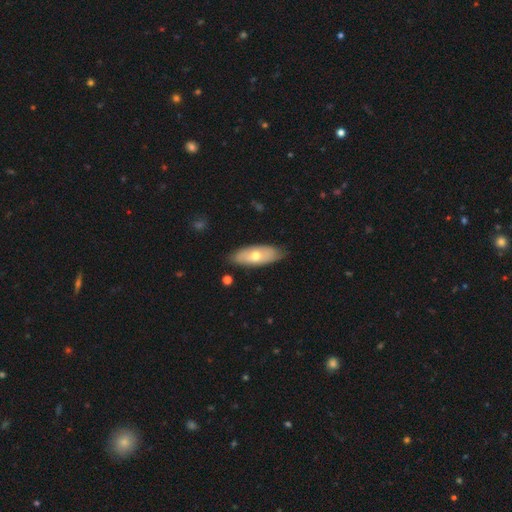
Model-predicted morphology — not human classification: smooth_or_featured: smooth (p=0.59) [alt: featured or disk p=0.36]
how_rounded: in between (p=0.80) [alt: cigar-shaped p=0.18]
merging: none (p=0.80) [alt: minor disturbance p=0.16]